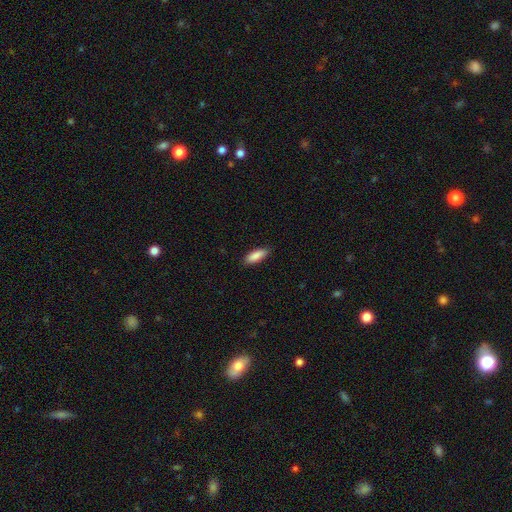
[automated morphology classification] Smooth or featured: smooth — 89% (star or artifact — 6%)
How rounded: in between — 63% (cigar-shaped — 36%)
Merging: none — 87% (minor disturbance — 10%)